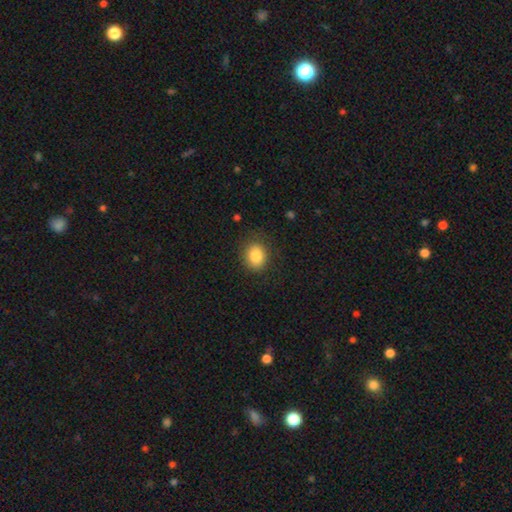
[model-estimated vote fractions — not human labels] Morphology: type=smooth (84%); roundness=round (54%); merging=none (82%).